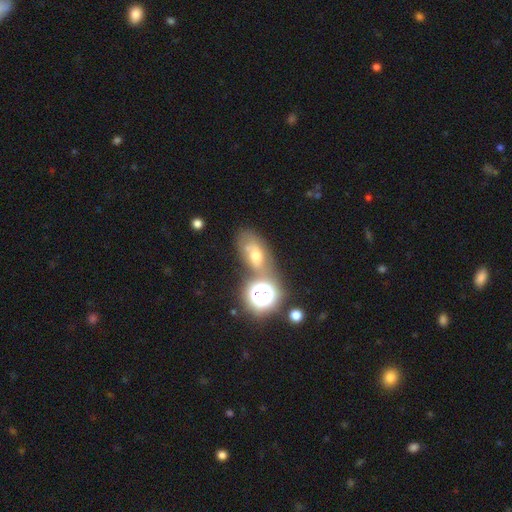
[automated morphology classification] This appears to be a smooth galaxy with no disk features (36%). Merging: none (55%).